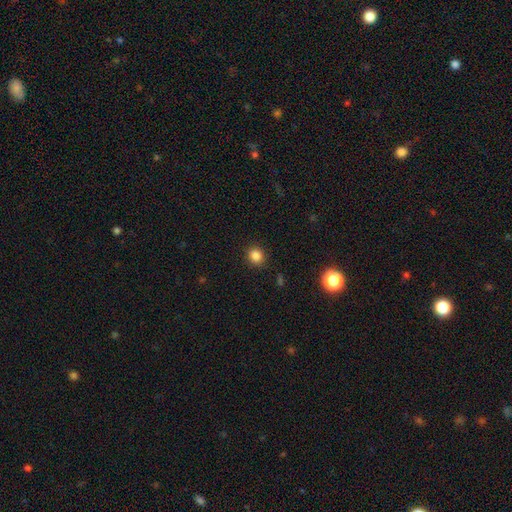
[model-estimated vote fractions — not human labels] A smooth galaxy with no disk features (85%) that is round (82%).

Vote fractions:
- Smooth or featured? smooth: 85% / star or artifact: 12% / featured or disk: 4%
- How rounded? round: 82% / in between: 17% / cigar-shaped: 1%
- Merging? none: 90% / minor disturbance: 7% / major disturbance: 2% / merger: 1%